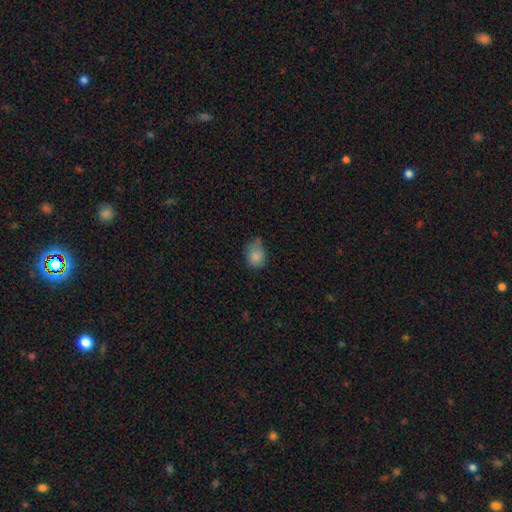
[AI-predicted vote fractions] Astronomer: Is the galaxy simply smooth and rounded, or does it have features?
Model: smooth — 84%.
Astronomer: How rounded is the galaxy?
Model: in between — 52% (runner-up: round, 47%).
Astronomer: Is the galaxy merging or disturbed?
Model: none — 49% (runner-up: minor disturbance, 38%).